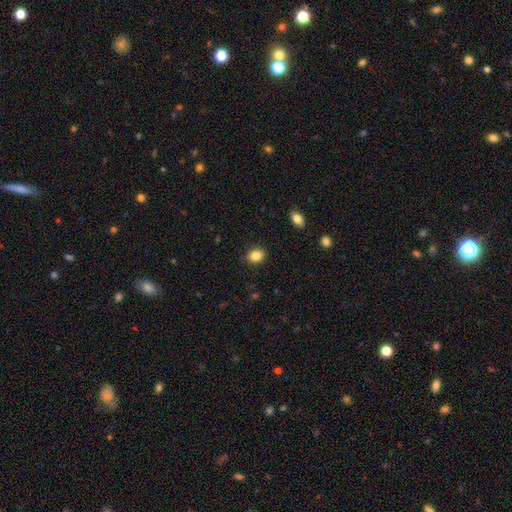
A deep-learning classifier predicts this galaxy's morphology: smooth 85%, star or artifact 9%, featured or disk 5%. Down the decision tree: how rounded — in between (54%); merging — none (86%).